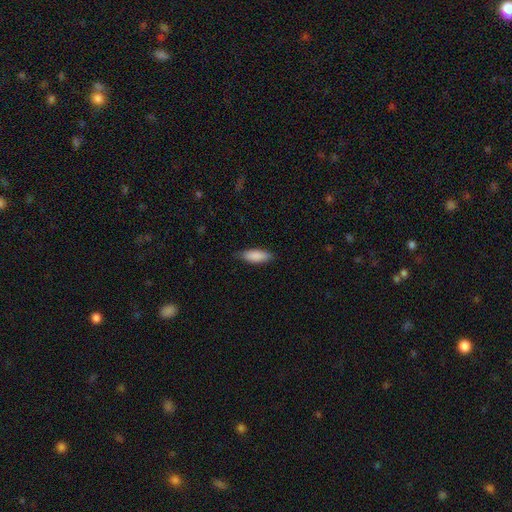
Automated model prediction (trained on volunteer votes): smooth 88%, featured or disk 6%, star or artifact 6%. Down the decision tree: how rounded — in between (70%); merging — none (80%).